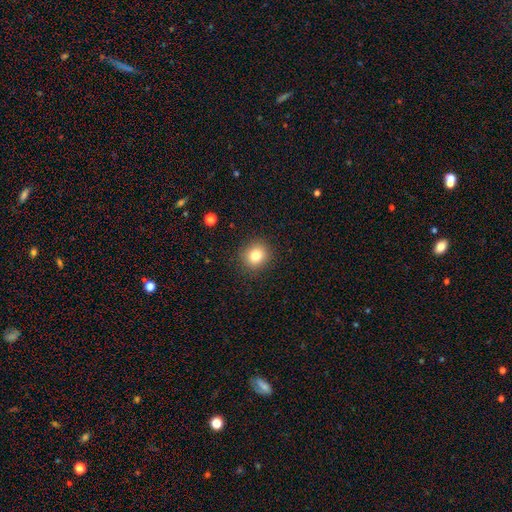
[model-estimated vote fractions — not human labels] Smooth or featured? Predicted: smooth (p=0.81). How rounded? Predicted: round (p=0.80). Merging? Predicted: none (p=0.89).